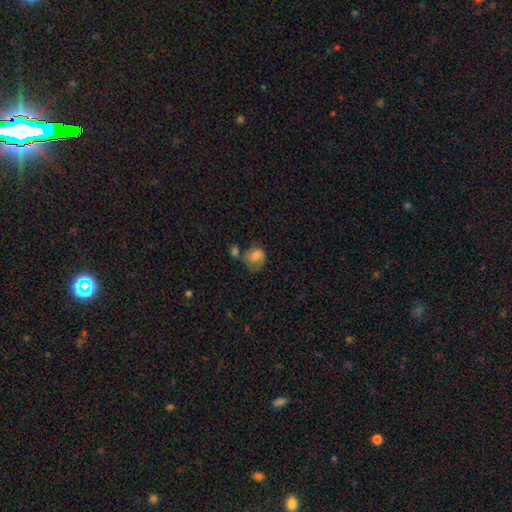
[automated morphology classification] Smooth or featured: smooth — 60% (featured or disk — 31%)
How rounded: round — 50% (in between — 48%)
Merging: none — 33% (minor disturbance — 25%)